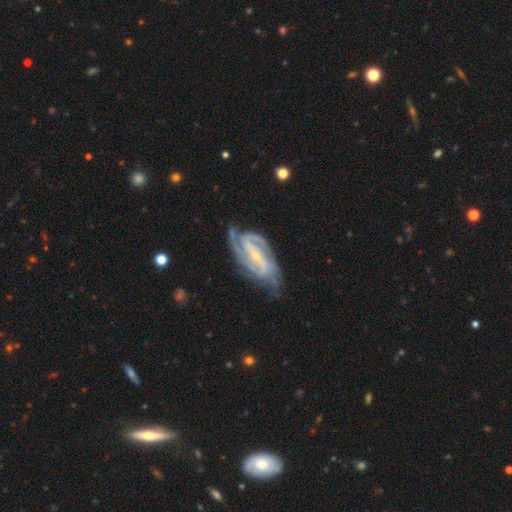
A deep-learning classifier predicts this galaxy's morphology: smooth-or-featured: featured or disk: 90% | star or artifact: 5% | smooth: 5%
  disk-edge-on: no: 95% | yes: 5%
    bar: strong: 51% | weak: 32% | no: 16%
    has-spiral-arms: yes: 98% | no: 2%
      spiral-winding: medium: 45% | tight: 44% | loose: 11%
      spiral-arm-count: 2: 44% | 3: 30% | can't tell: 11% | 4: 8% | 1: 4% | more than 4: 4%
    bulge-size: small: 76% | moderate: 20% | none: 3% | large: 1% | dominant: 1%
  merging: none: 67% | minor disturbance: 22% | major disturbance: 9% | merger: 2%